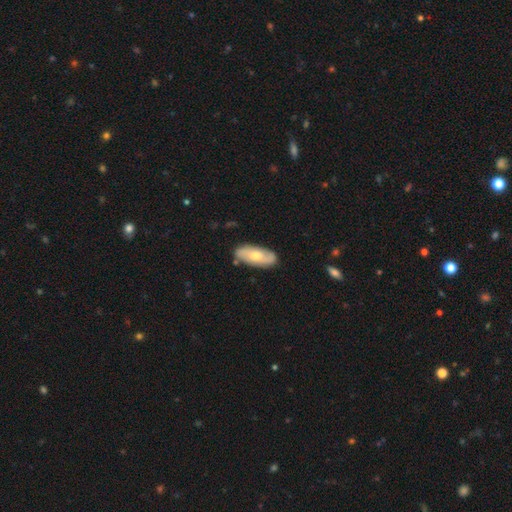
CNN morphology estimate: Smooth or featured: smooth — 52% (featured or disk — 42%)
How rounded: in between — 83% (cigar-shaped — 15%)
Merging: none — 81% (minor disturbance — 13%)